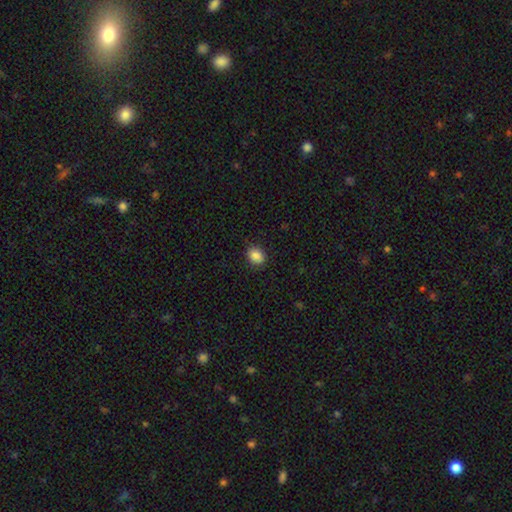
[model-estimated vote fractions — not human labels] Q: Smooth or featured?
A: smooth (87%); runner-up: star or artifact (9%)
Q: How rounded?
A: round (52%); runner-up: in between (47%)
Q: Merging?
A: none (88%); runner-up: minor disturbance (8%)